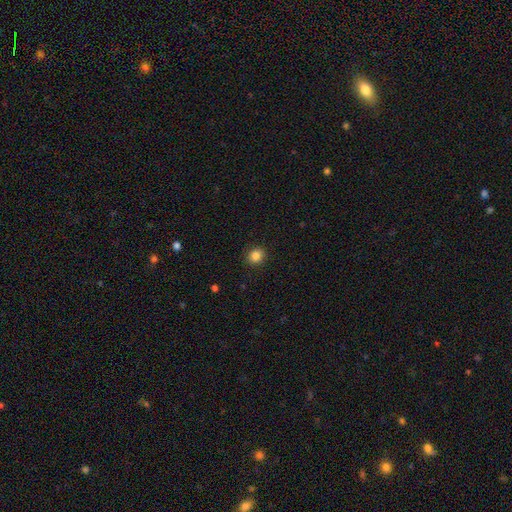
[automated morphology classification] type=smooth (85%); roundness=round (85%); merging=none (91%).